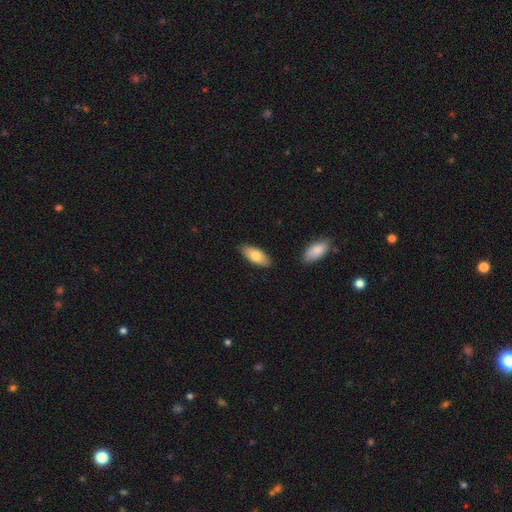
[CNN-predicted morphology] Q: Smooth or featured?
A: smooth (78%); runner-up: featured or disk (16%)
Q: How rounded?
A: in between (85%); runner-up: cigar-shaped (13%)
Q: Merging?
A: none (84%); runner-up: minor disturbance (12%)